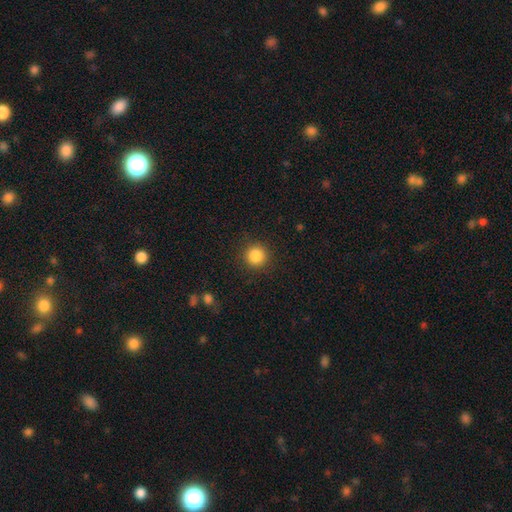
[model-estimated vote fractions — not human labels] smooth-or-featured: smooth: 86% | star or artifact: 10% | featured or disk: 4%
  how-rounded: round: 94% | in between: 5% | cigar-shaped: 1%
  merging: none: 90% | minor disturbance: 6% | major disturbance: 3% | merger: 1%